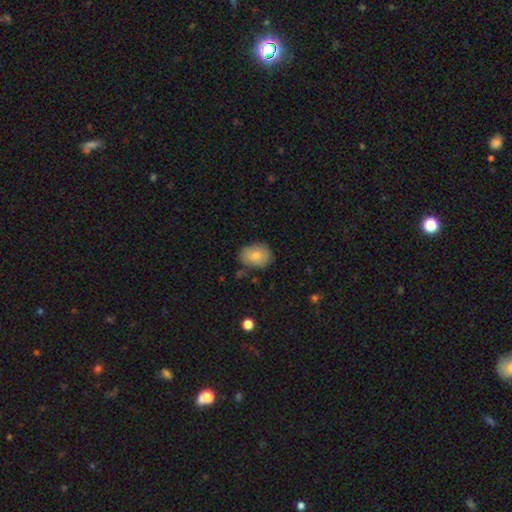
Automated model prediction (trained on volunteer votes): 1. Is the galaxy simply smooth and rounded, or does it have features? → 78% smooth, 14% featured or disk, 8% star or artifact.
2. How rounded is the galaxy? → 61% in between, 38% round, 1% cigar-shaped.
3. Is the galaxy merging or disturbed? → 77% none, 17% minor disturbance, 3% major disturbance, 2% merger.